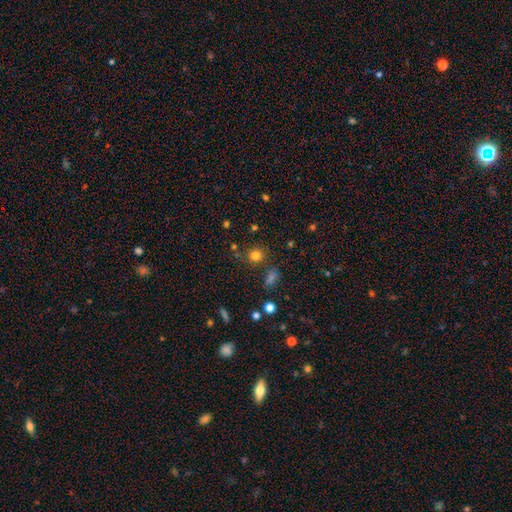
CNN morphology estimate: Q: Smooth or featured?
A: smooth (78%); runner-up: star or artifact (16%)
Q: How rounded?
A: round (86%); runner-up: in between (13%)
Q: Merging?
A: none (79%); runner-up: minor disturbance (10%)